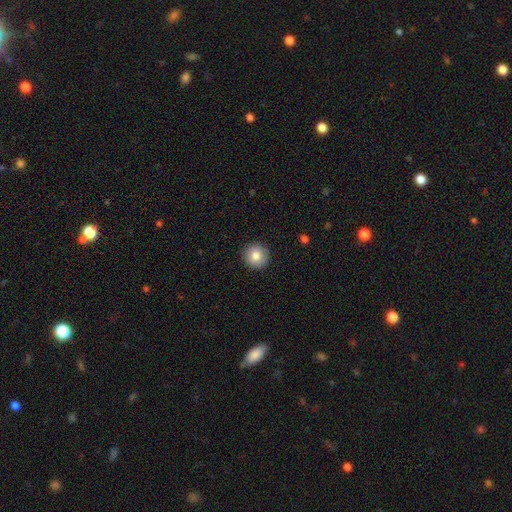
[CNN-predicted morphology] type=smooth (82%); roundness=round (95%); merging=none (92%).